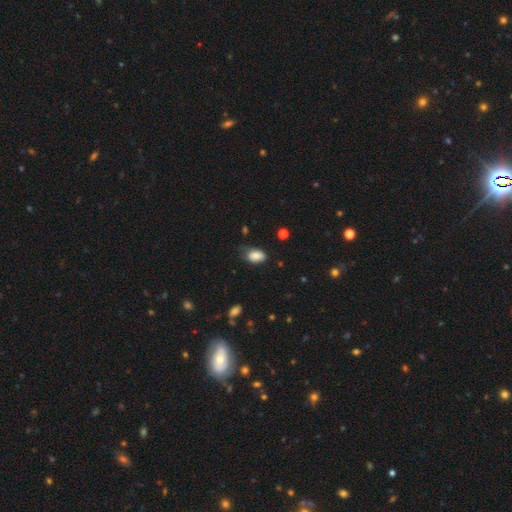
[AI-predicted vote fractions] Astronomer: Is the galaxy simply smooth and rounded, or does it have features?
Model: smooth — 85%.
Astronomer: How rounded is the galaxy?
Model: in between — 90%.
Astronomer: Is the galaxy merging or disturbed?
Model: none — 56% (runner-up: minor disturbance, 34%).